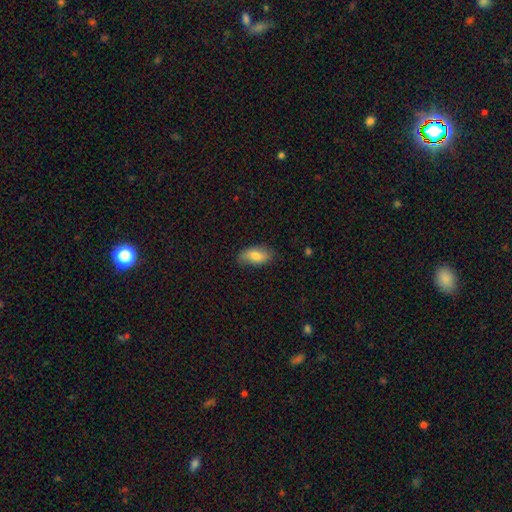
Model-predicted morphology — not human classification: smooth-or-featured: smooth: 74% | featured or disk: 19% | star or artifact: 7%
  how-rounded: in between: 92% | cigar-shaped: 5% | round: 4%
  merging: none: 68% | minor disturbance: 25% | major disturbance: 5% | merger: 1%